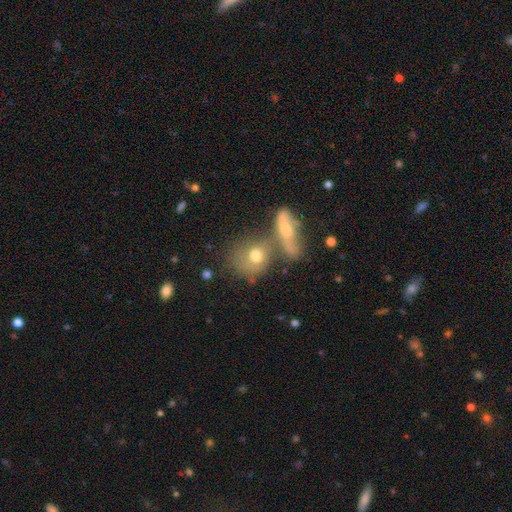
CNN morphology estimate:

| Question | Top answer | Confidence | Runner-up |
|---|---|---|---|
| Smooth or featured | smooth | 64% | featured or disk (26%) |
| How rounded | round | 57% | in between (38%) |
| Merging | merger | 45% | none (34%) |